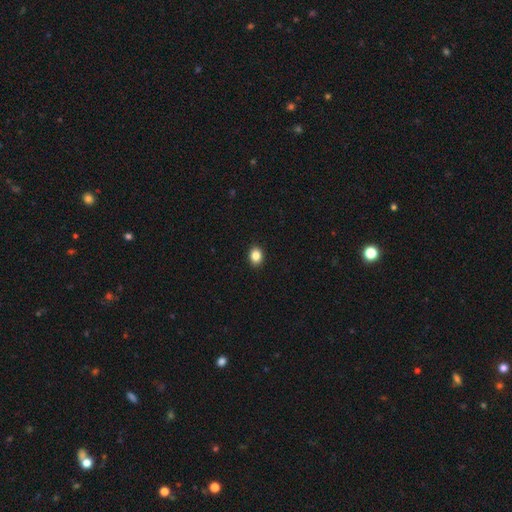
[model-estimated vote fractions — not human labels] A smooth galaxy with no disk features (85%) that is in between round and cigar-shaped (50%).

Vote fractions:
- Smooth or featured? smooth: 85% / star or artifact: 10% / featured or disk: 5%
- How rounded? in between: 50% / round: 49% / cigar-shaped: 1%
- Merging? none: 91% / minor disturbance: 6% / major disturbance: 2% / merger: 1%